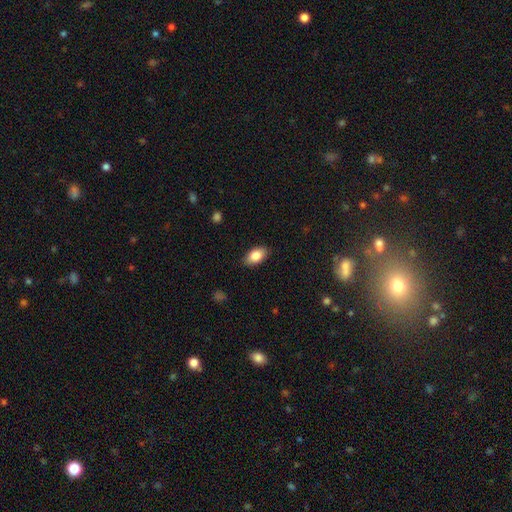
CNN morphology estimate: Smooth or featured?
  - smooth: 84% *
  - featured or disk: 9%
  - star or artifact: 7%
How rounded?
  - in between: 91% *
  - round: 6%
  - cigar-shaped: 3%
Merging?
  - none: 86% *
  - minor disturbance: 10%
  - major disturbance: 2%
  - merger: 1%